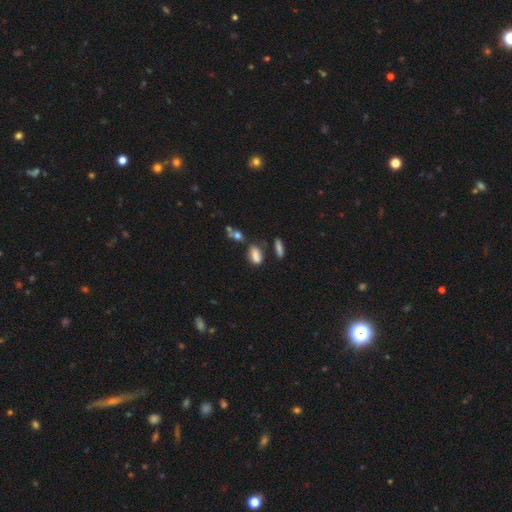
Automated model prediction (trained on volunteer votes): This is clearly a smooth galaxy (80%). How rounded: clearly in between (81%). Merging: possibly none (58%).